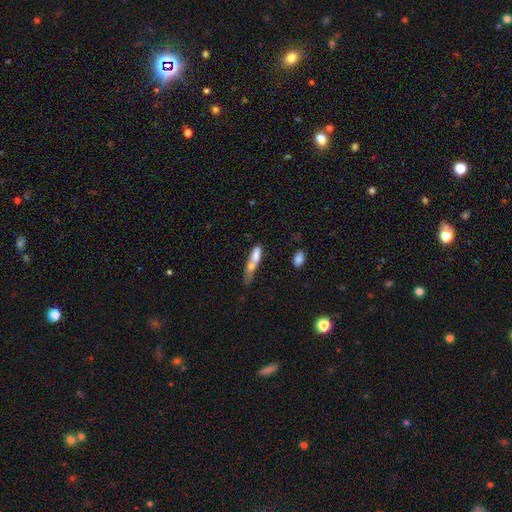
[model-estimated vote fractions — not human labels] Q: Smooth or featured?
A: smooth (67%); runner-up: featured or disk (25%)
Q: How rounded?
A: cigar-shaped (71%); runner-up: in between (26%)
Q: Merging?
A: merger (34%); runner-up: none (28%)